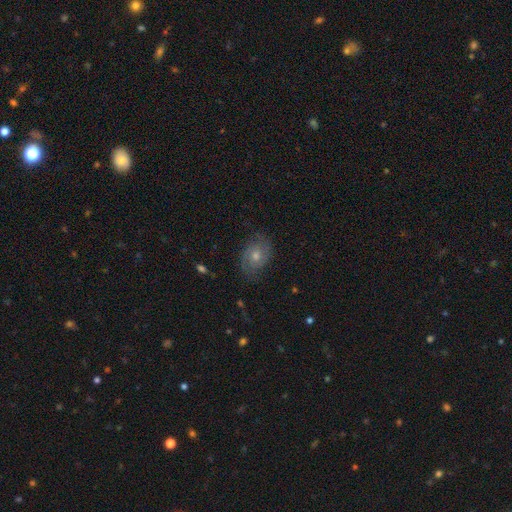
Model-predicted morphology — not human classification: Overall: featured or disk (67%). Edge-on disk: no (96%). Bar: no (74%). Spiral arms: yes (90%). Spiral arm count: 2 (75%). Spiral winding: tight (47%; medium 40%). Bulge size: moderate (62%; small 31%). Merging: none (78%).